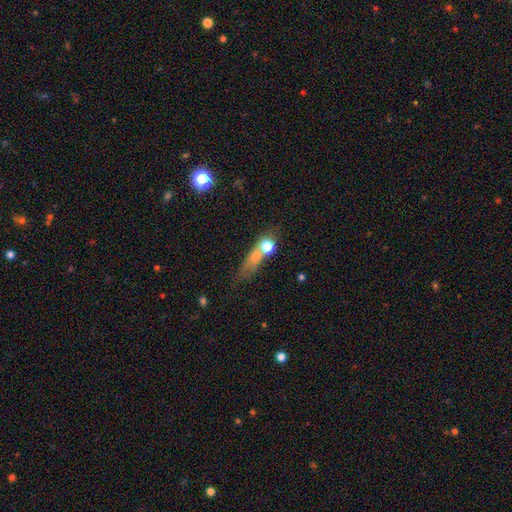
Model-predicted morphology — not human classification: The model was most divided on "how rounded": cigar-shaped: 51%, in between: 26%, round: 23%. More confident: smooth or featured — smooth (56%); merging — none (52%).